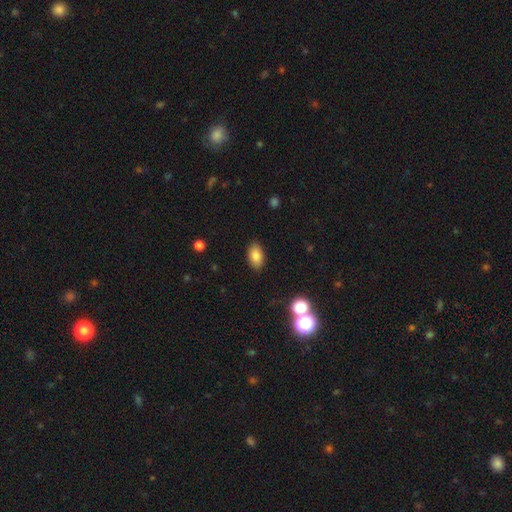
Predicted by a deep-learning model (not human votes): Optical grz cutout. It shows a smooth galaxy with no disk features (84%) that is in between round and cigar-shaped (91%). Merging: none (87%).